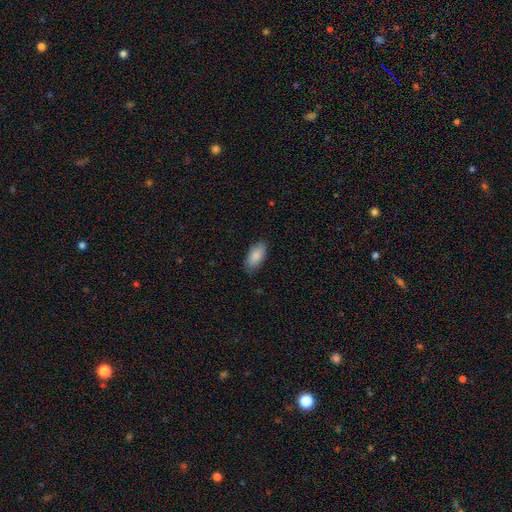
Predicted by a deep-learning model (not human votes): Smooth or featured: smooth — 87% (featured or disk — 7%)
How rounded: in between — 92% (cigar-shaped — 6%)
Merging: none — 81% (minor disturbance — 15%)